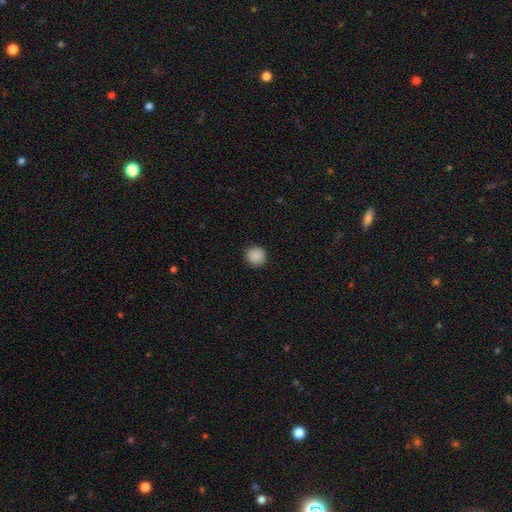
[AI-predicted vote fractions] smooth_or_featured: smooth (p=0.88) [alt: star or artifact p=0.09]
how_rounded: round (p=0.93) [alt: in between p=0.06]
merging: none (p=0.91) [alt: minor disturbance p=0.06]